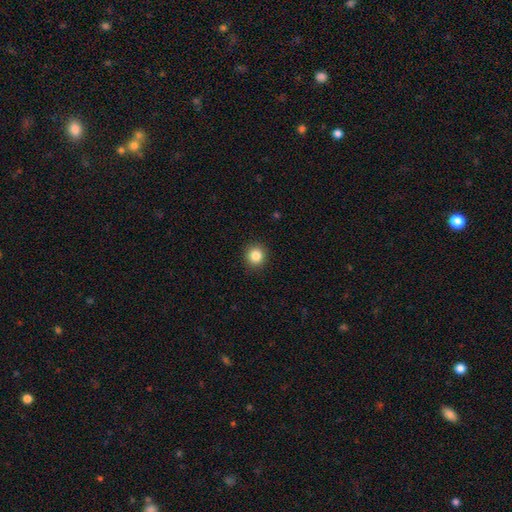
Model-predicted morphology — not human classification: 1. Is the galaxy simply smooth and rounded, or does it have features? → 85% smooth, 11% star or artifact, 5% featured or disk.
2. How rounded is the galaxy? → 93% round, 7% in between, 1% cigar-shaped.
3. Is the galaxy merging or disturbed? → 92% none, 5% minor disturbance, 2% major disturbance, 1% merger.